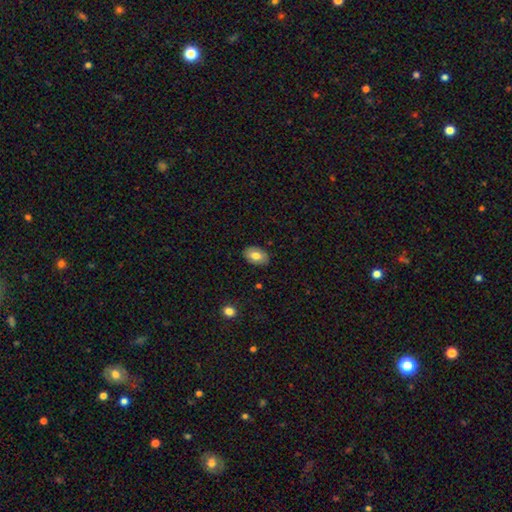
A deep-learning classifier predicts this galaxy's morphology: This appears to be a smooth galaxy with no disk features (77%) that is in between round and cigar-shaped (87%). Merging: none (86%).